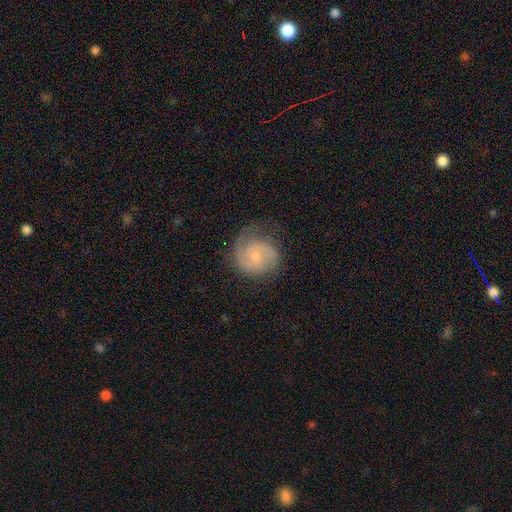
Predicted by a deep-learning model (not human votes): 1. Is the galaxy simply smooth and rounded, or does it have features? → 71% featured or disk, 23% smooth, 6% star or artifact.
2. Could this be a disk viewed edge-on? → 98% no, 2% yes.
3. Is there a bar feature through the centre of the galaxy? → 57% no, 38% weak, 5% strong.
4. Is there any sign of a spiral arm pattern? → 94% yes, 6% no.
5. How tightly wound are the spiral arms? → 42% medium (tied), 42% tight (tied), 16% loose.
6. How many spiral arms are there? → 60% 2, 17% 1, 13% can't tell, 6% 3, 2% 4, 2% more than 4.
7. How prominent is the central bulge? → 63% small, 25% moderate, 9% none, 2% large, 1% dominant.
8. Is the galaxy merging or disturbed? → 63% none, 23% minor disturbance, 13% major disturbance, 1% merger.